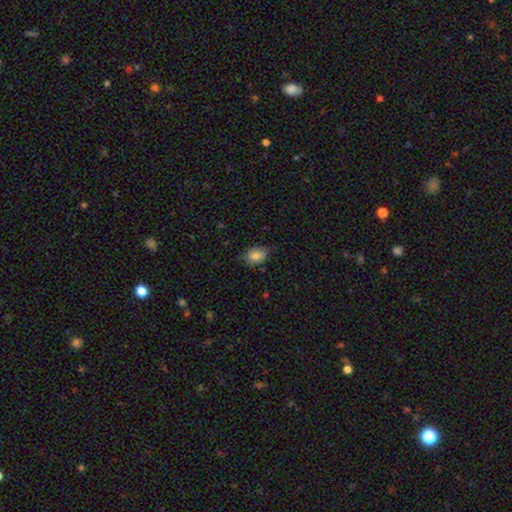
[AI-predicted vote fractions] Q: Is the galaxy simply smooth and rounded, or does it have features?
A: smooth — 80%.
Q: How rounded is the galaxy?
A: in between — 73%.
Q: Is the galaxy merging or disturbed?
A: none — 69%.